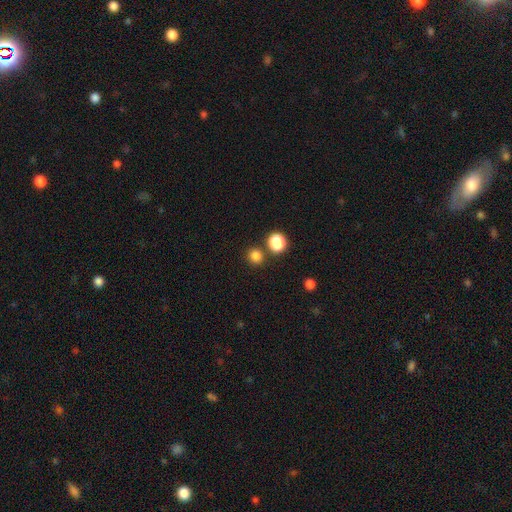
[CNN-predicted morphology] smooth_or_featured: smooth (p=0.81) [alt: star or artifact p=0.15]
how_rounded: round (p=0.90) [alt: in between p=0.09]
merging: none (p=0.81) [alt: merger p=0.11]